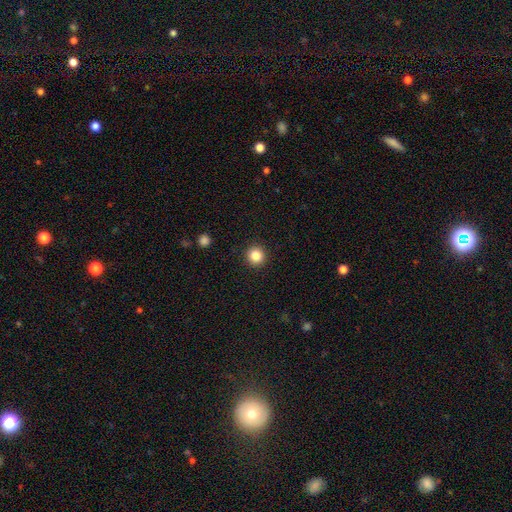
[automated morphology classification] smooth_or_featured: smooth (p=0.85) [alt: star or artifact p=0.11]
how_rounded: round (p=0.94) [alt: in between p=0.05]
merging: none (p=0.93) [alt: minor disturbance p=0.05]